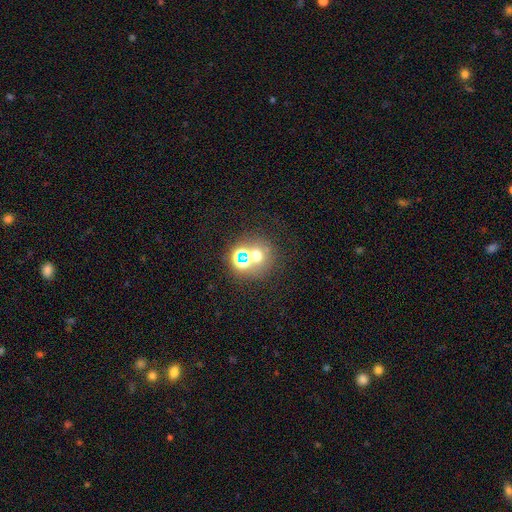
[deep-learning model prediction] Smooth or featured? smooth (51%)
How rounded? round (82%)
Merging? none (56%)